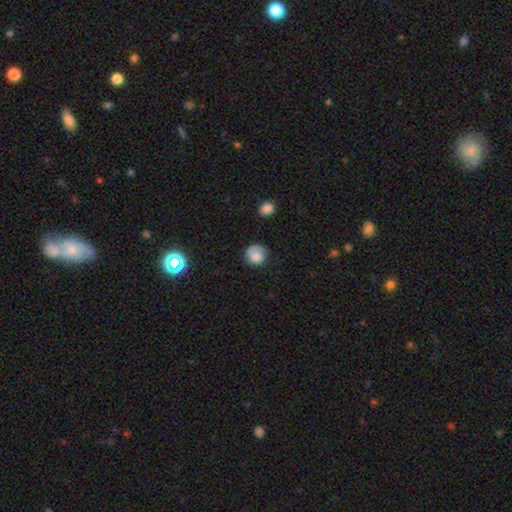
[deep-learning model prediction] smooth 74%, featured or disk 18%, star or artifact 8%. Down the decision tree: how rounded — round (84%); merging — none (63%).